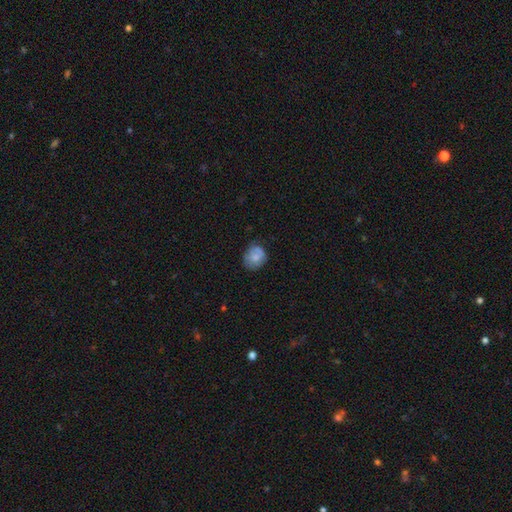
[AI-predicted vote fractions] A smooth galaxy with no disk features (69%) that is round (63%). Merging: none (62%).